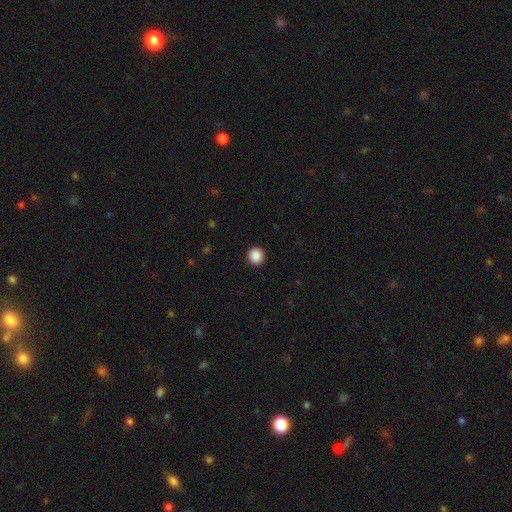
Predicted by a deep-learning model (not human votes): Smooth or featured? smooth (89%)
How rounded? round (94%)
Merging? none (93%)